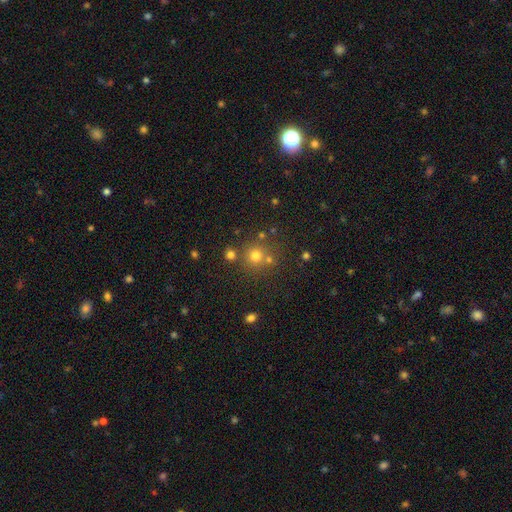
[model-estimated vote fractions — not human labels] Smooth or featured: smooth — 72% (star or artifact — 19%)
How rounded: round — 92% (in between — 7%)
Merging: none — 70% (merger — 17%)